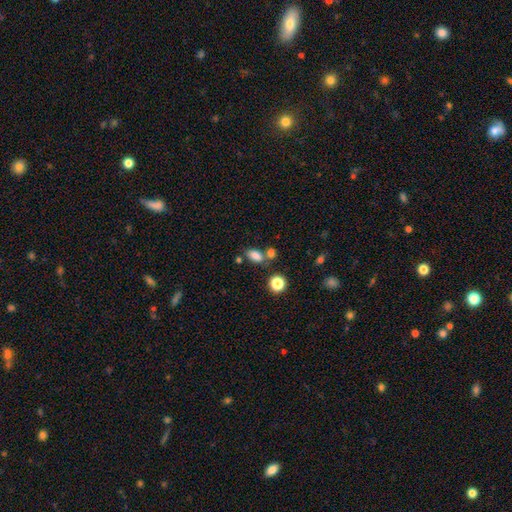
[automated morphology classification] A smooth galaxy with no disk features (82%) that is in between round and cigar-shaped (86%). Merging: none (59%).